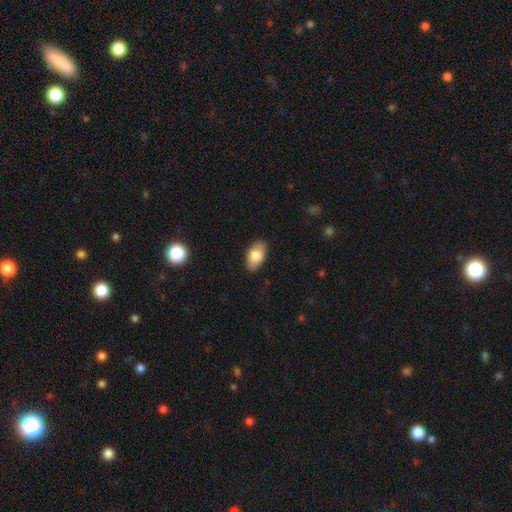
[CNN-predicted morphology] A smooth galaxy with no disk features (80%) that is in between round and cigar-shaped (93%). Merging: none (87%).